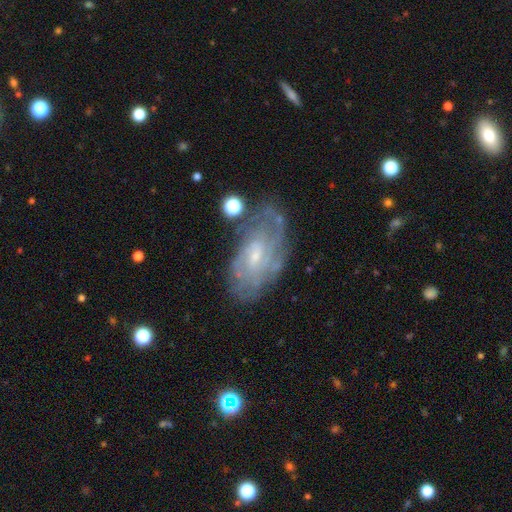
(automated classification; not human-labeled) smooth-or-featured: featured or disk: 76% | smooth: 16% | star or artifact: 8%
  disk-edge-on: no: 94% | yes: 6%
    bar: weak: 47% | no: 46% | strong: 8%
    has-spiral-arms: yes: 85% | no: 15%
      spiral-winding: tight: 57% | medium: 32% | loose: 11%
      spiral-arm-count: can't tell: 56% | 2: 15% | 3: 11% | 4: 9% | 1: 5% | more than 4: 4%
    bulge-size: small: 67% | moderate: 25% | none: 6% | large: 1% | dominant: 1%
  merging: none: 64% | minor disturbance: 22% | major disturbance: 10% | merger: 4%